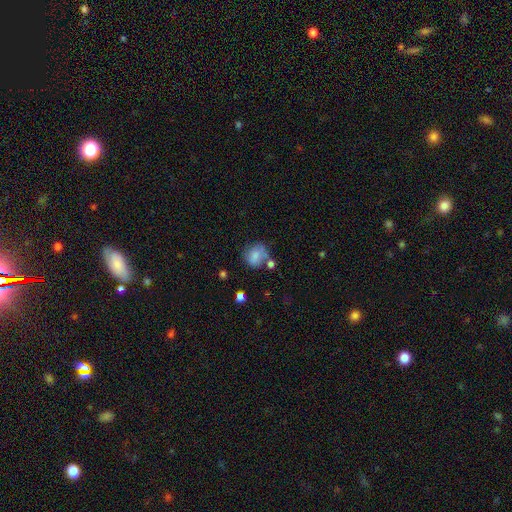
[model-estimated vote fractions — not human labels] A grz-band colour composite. It shows a smooth galaxy with no disk features (76%) that is round (69%). Merging: none (53%).